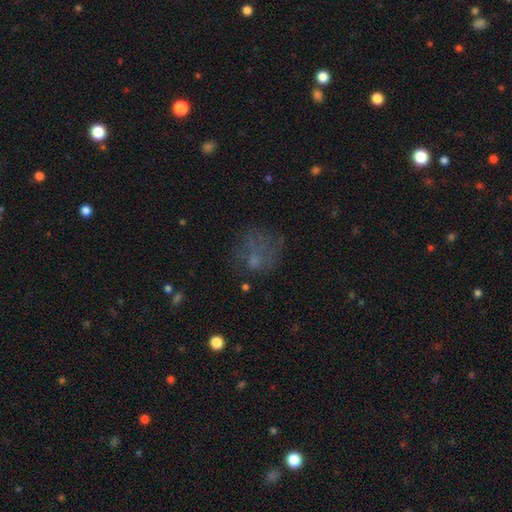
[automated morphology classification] Q: Smooth or featured?
A: smooth (47%); runner-up: featured or disk (30%)
Q: Merging?
A: none (47%); runner-up: major disturbance (30%)